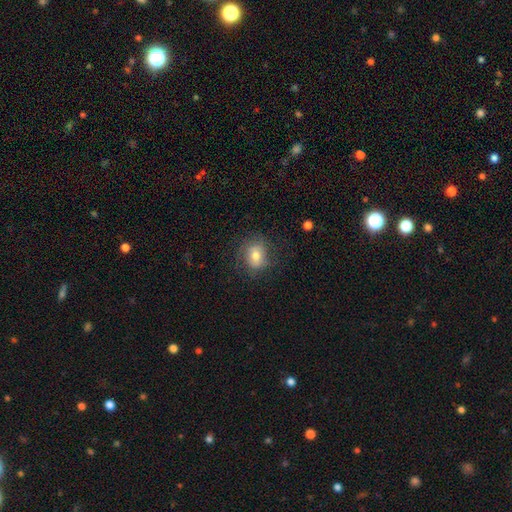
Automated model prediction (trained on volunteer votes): Smooth or featured? smooth (61%)
How rounded? round (58%)
Merging? none (71%)